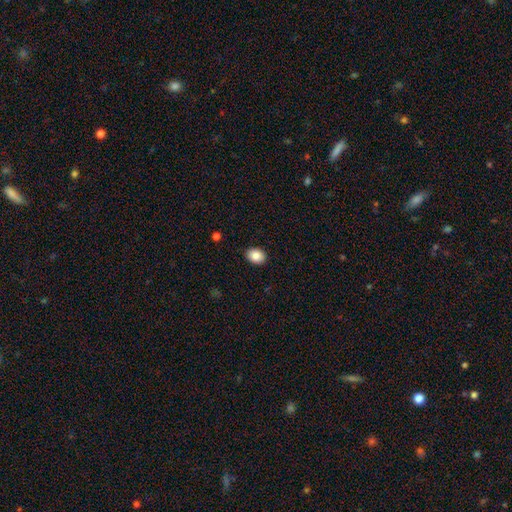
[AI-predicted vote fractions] Smooth or featured? Predicted: smooth (p=0.86). How rounded? Predicted: in between (p=0.66). Merging? Predicted: none (p=0.90).